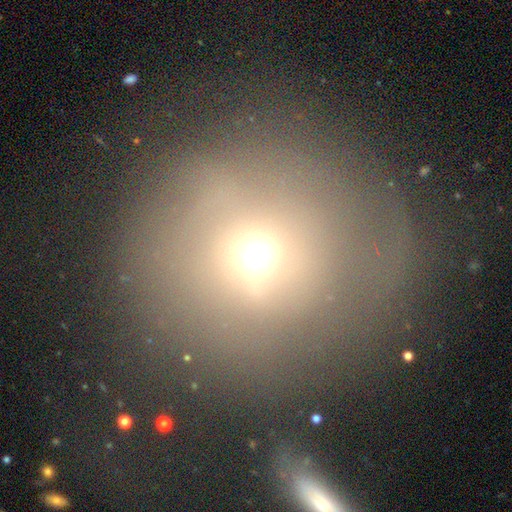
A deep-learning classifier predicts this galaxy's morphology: A smooth galaxy with no disk features (56%) that is round (91%).

Vote fractions:
- Smooth or featured? smooth: 56% / star or artifact: 22% / featured or disk: 22%
- How rounded? round: 91% / in between: 8% / cigar-shaped: 1%
- Merging? none: 63% / major disturbance: 17% / minor disturbance: 17% / merger: 4%